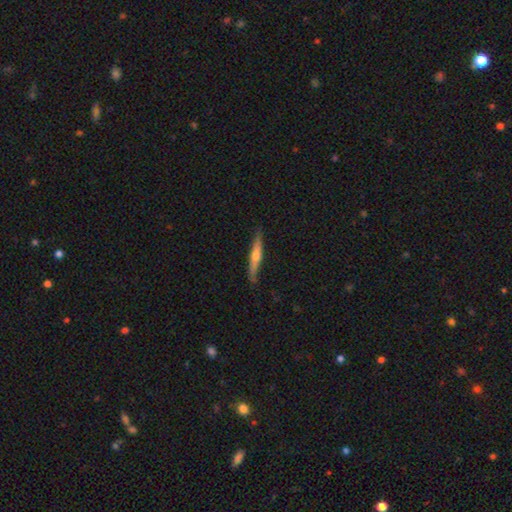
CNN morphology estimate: Q: Smooth or featured?
A: featured or disk (57%); runner-up: smooth (38%)
Q: Edge-on disk?
A: yes (95%); runner-up: no (5%)
Q: Edge-on bulge?
A: rounded (85%); runner-up: none (11%)
Q: Merging?
A: none (84%); runner-up: minor disturbance (13%)